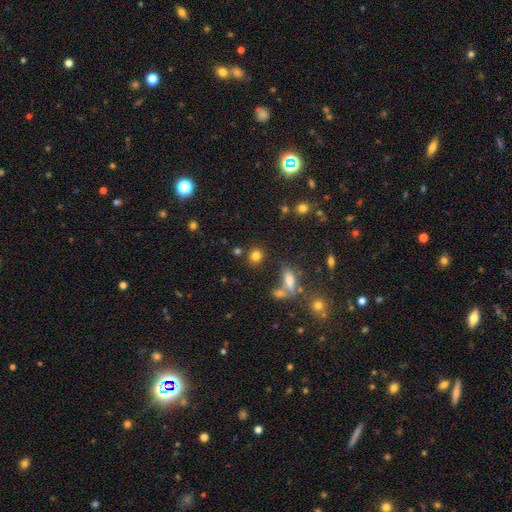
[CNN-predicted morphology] A smooth galaxy with no disk features (79%) that is round (75%).

Vote fractions:
- Smooth or featured? smooth: 79% / star or artifact: 13% / featured or disk: 7%
- How rounded? round: 75% / in between: 23% / cigar-shaped: 2%
- Merging? none: 76% / merger: 11% / minor disturbance: 10% / major disturbance: 4%